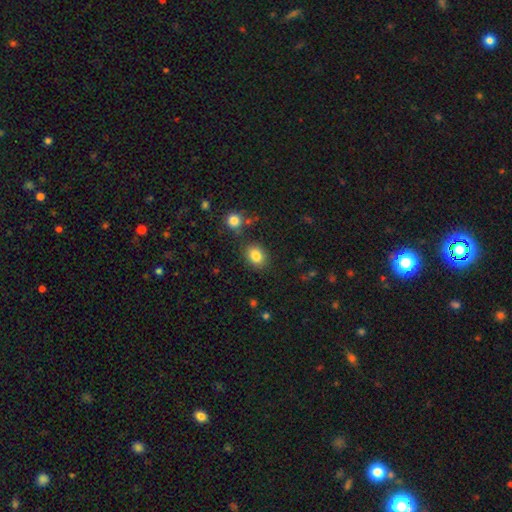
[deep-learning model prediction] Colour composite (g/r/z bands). It shows a smooth galaxy with no disk features (84%) that is in between round and cigar-shaped (58%). Merging: none (82%).